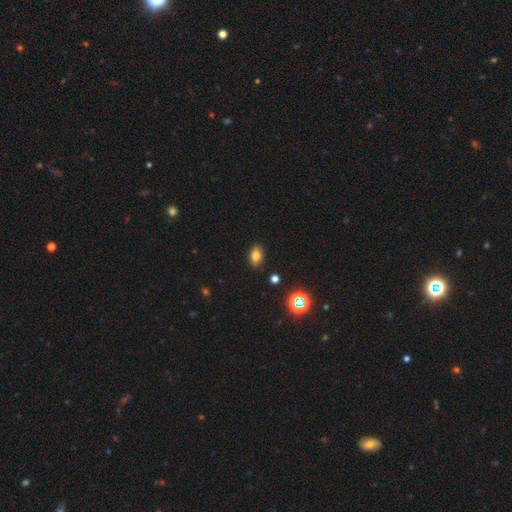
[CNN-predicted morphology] The model was most divided on "smooth or featured": smooth: 79%, star or artifact: 14%, featured or disk: 8%. More confident: merging — none (88%); how rounded — in between (84%).